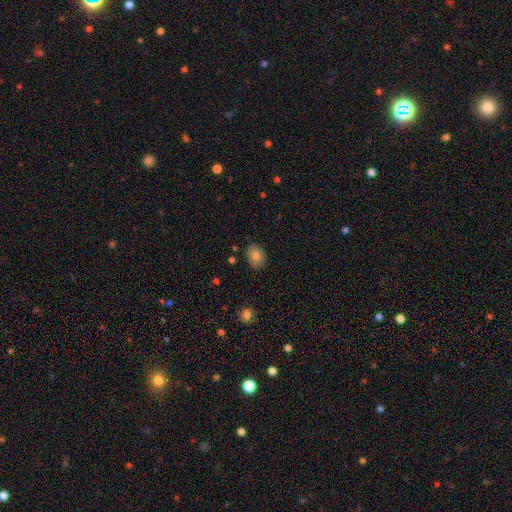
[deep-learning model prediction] Morphology: type=smooth (80%); roundness=in between (67%); merging=none (85%).